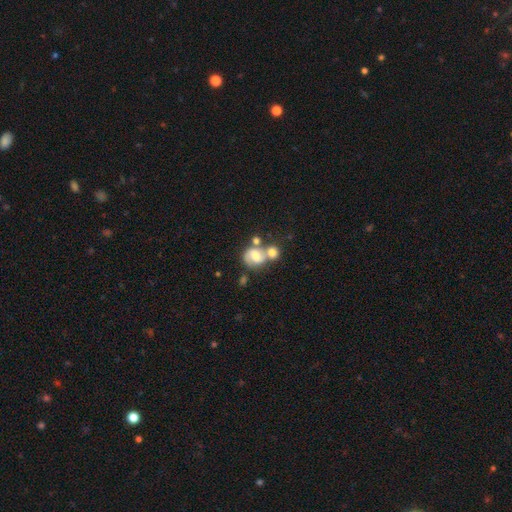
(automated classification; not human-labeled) This appears to be a smooth galaxy with no disk features (47%). Merging: merger (52%).